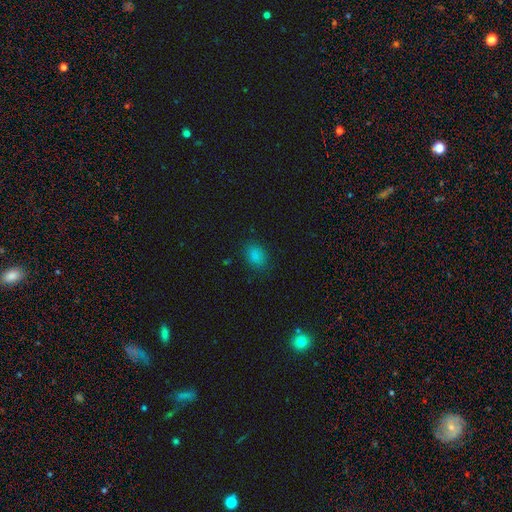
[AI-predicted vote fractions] This is clearly a smooth galaxy (83%). How rounded: likely in between (70%). Merging: clearly none (82%).